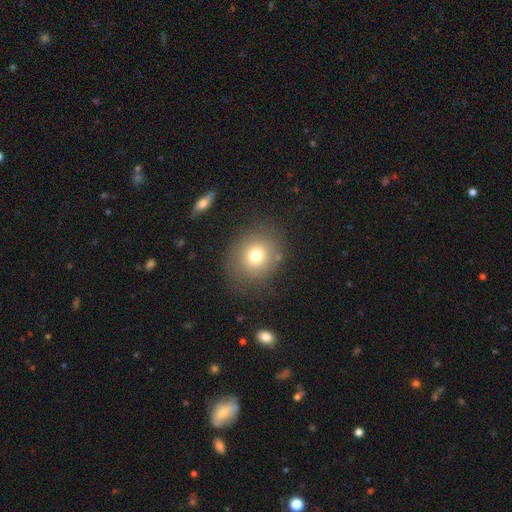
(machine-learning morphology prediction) type=smooth (73%); roundness=round (78%); merging=none (78%).